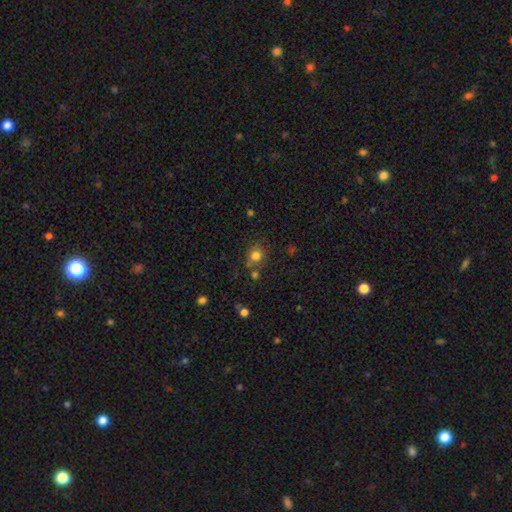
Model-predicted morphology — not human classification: smooth 80%, star or artifact 13%, featured or disk 7%. Down the decision tree: how rounded — round (80%); merging — none (71%).